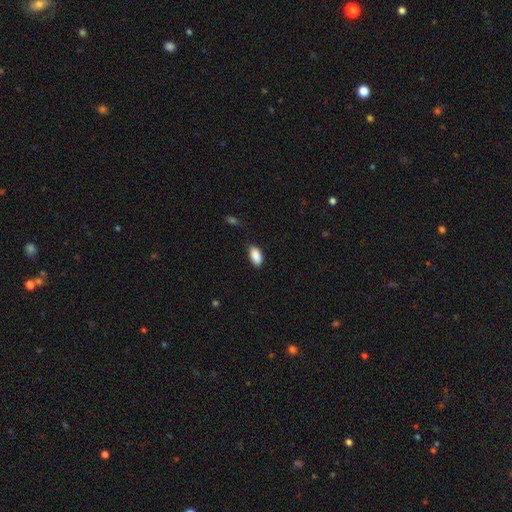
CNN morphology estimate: The model was most divided on "merging": none: 75%, minor disturbance: 20%, major disturbance: 3%, merger: 1%. More confident: how rounded — in between (93%); smooth or featured — smooth (89%).